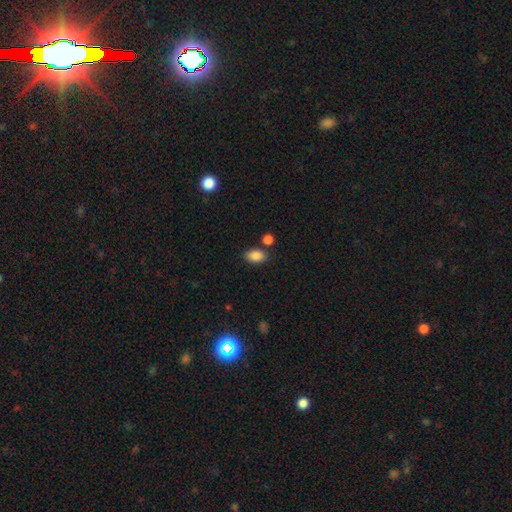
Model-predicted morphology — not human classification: Q: Smooth or featured?
A: smooth (87%); runner-up: star or artifact (8%)
Q: How rounded?
A: in between (89%); runner-up: round (9%)
Q: Merging?
A: none (77%); runner-up: minor disturbance (11%)